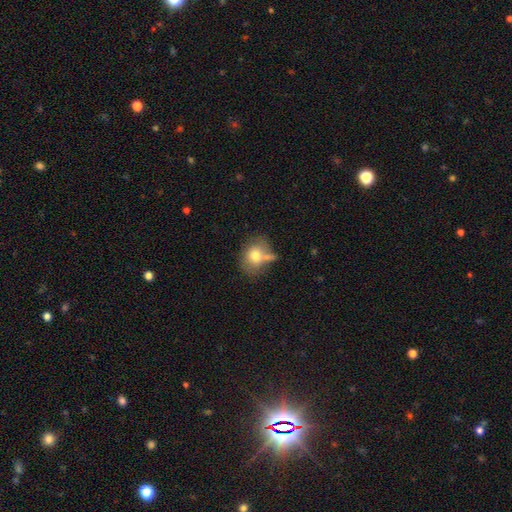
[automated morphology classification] A smooth galaxy with no disk features (73%) that is in between round and cigar-shaped (52%). Merging: none (45%).